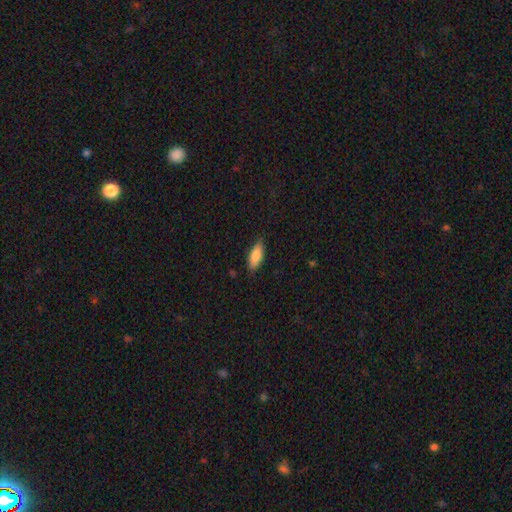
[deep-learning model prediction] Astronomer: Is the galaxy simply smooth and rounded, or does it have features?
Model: smooth — 85%.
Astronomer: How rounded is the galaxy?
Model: in between — 75%.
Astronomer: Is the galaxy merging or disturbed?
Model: none — 82%.